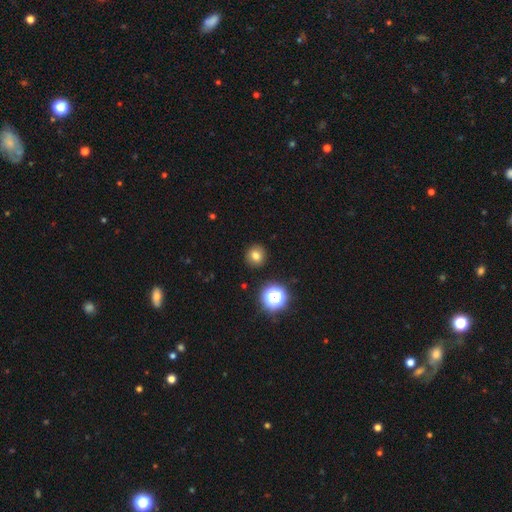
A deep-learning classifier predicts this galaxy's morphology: Overall: smooth (77%). How rounded: round (89%). Merging: none (91%).